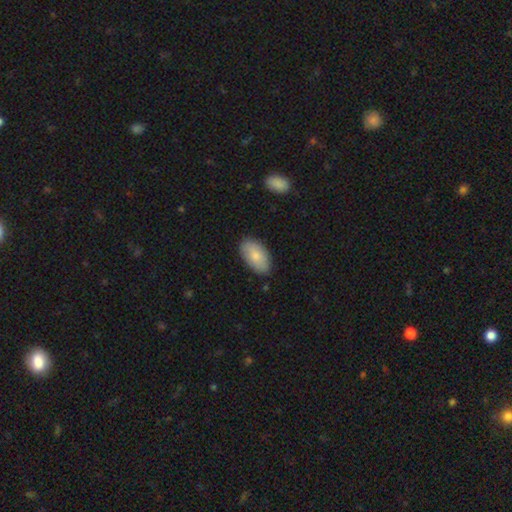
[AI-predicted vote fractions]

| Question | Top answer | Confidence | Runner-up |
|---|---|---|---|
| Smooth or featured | smooth | 81% | featured or disk (13%) |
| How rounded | in between | 95% | round (3%) |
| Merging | none | 84% | minor disturbance (12%) |